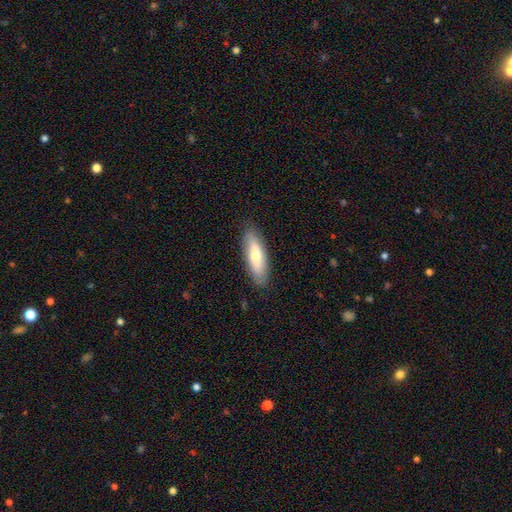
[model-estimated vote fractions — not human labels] A smooth galaxy with no disk features (67%) that is in between round and cigar-shaped (55%).

Vote fractions:
- Smooth or featured? smooth: 67% / featured or disk: 28% / star or artifact: 6%
- How rounded? in between: 55% / cigar-shaped: 43% / round: 2%
- Merging? none: 86% / minor disturbance: 10% / major disturbance: 2% / merger: 1%